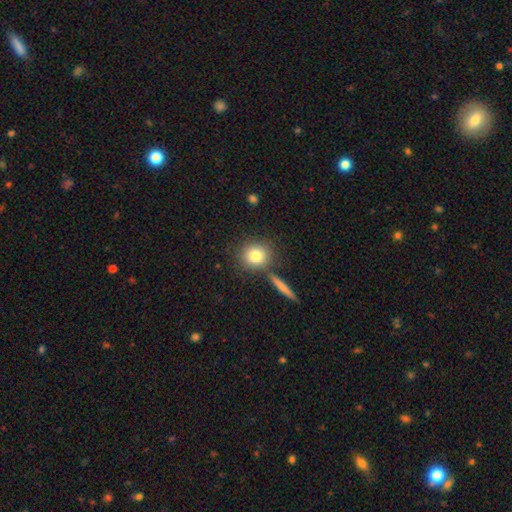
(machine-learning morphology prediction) This appears to be a smooth galaxy with no disk features (80%) that is round (84%). Merging: none (76%).